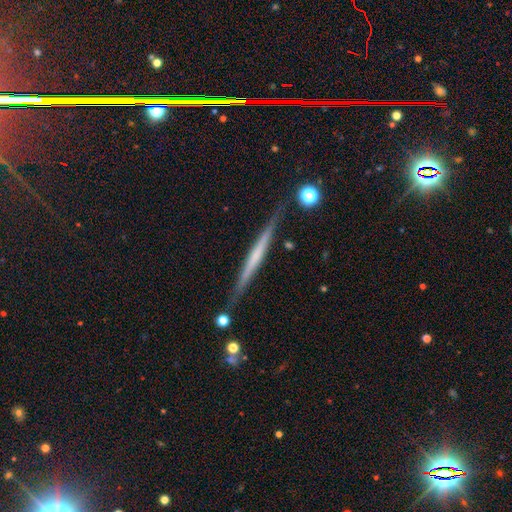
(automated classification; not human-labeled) Smooth or featured? Predicted: featured or disk (p=0.62). Edge-on disk? Predicted: yes (p=0.97). Edge-on bulge? Predicted: none (p=0.78). Merging? Predicted: none (p=0.86).